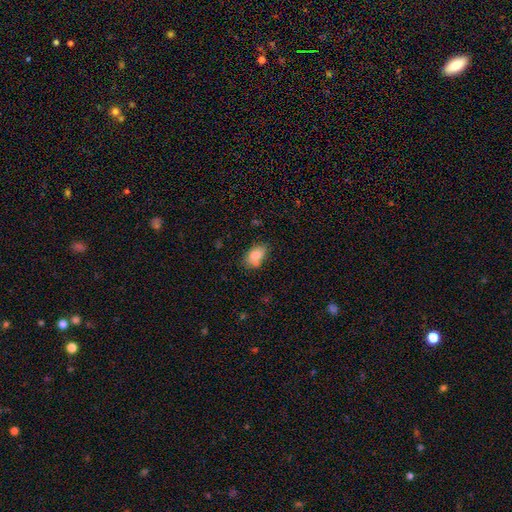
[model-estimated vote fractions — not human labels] The model was most divided on "merging": none: 62%, minor disturbance: 21%, merger: 12%, major disturbance: 5%. More confident: how rounded — in between (88%); smooth or featured — smooth (83%).